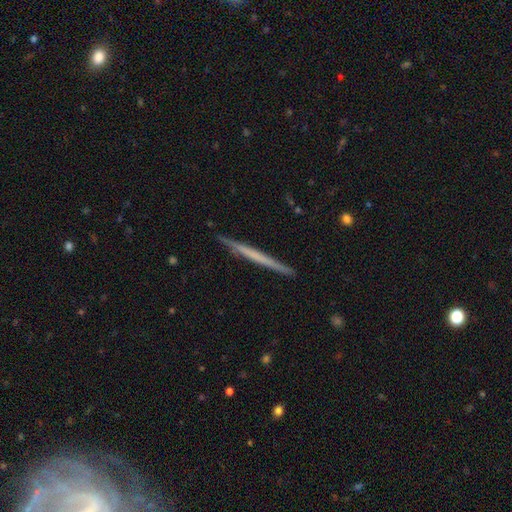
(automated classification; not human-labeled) This appears to be a featured or disk galaxy (51%) viewed edge-on (97%). Merging: none (90%).